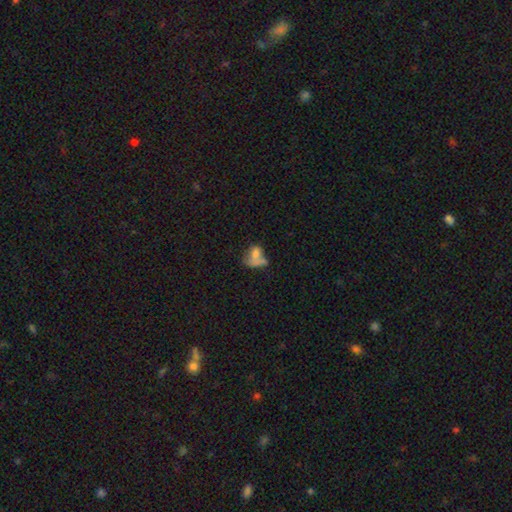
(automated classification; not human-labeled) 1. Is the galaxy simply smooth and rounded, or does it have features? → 65% smooth, 22% featured or disk, 14% star or artifact.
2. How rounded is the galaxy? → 69% in between, 27% round, 4% cigar-shaped.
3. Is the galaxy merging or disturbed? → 38% merger, 25% none, 22% major disturbance, 15% minor disturbance.